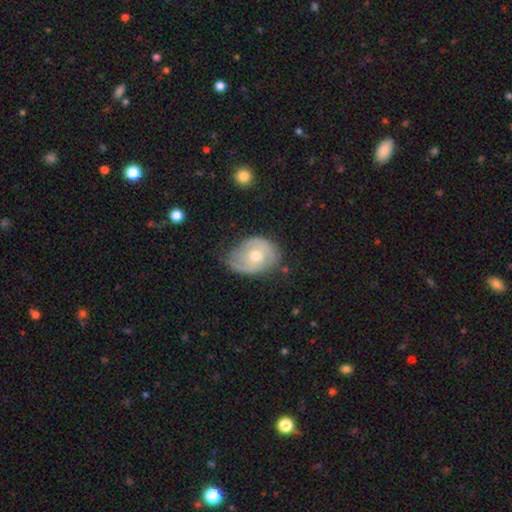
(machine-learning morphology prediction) Smooth or featured: featured or disk — 64% (smooth — 30%)
Edge-on disk: no — 95% (yes — 5%)
Bar: no — 71% (weak — 24%)
Spiral arms: yes — 71% (no — 29%)
Bulge size: moderate — 77% (small — 15%)
Merging: none — 54% (minor disturbance — 33%)